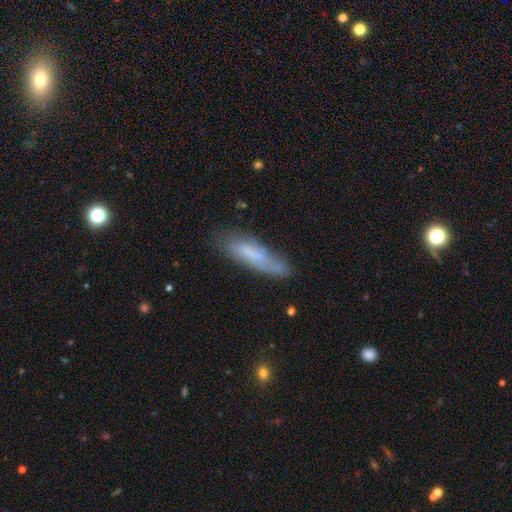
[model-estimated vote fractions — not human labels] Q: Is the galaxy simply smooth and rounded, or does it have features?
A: smooth — 60%.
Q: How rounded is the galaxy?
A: cigar-shaped — 73%.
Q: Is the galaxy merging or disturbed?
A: none — 68%.